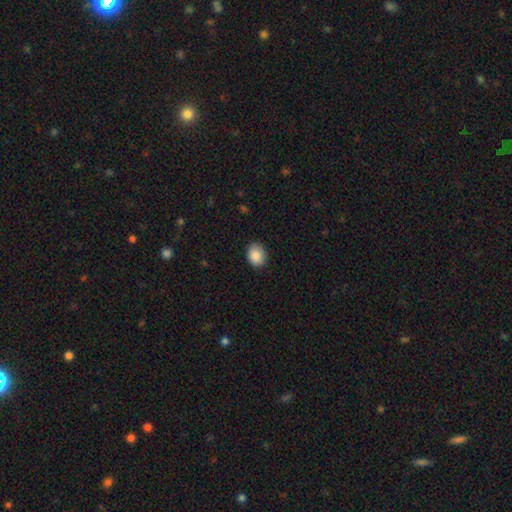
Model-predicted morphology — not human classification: type=smooth (88%); roundness=round (50%); merging=none (85%).